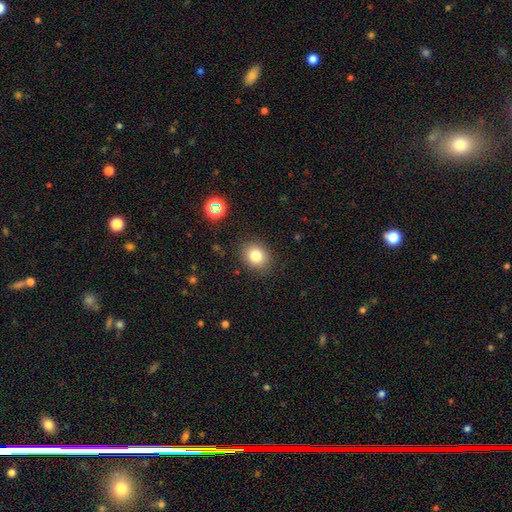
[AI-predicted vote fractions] The model was most divided on "how rounded": round: 64%, in between: 35%, cigar-shaped: 1%. More confident: merging — none (87%); smooth or featured — smooth (80%).